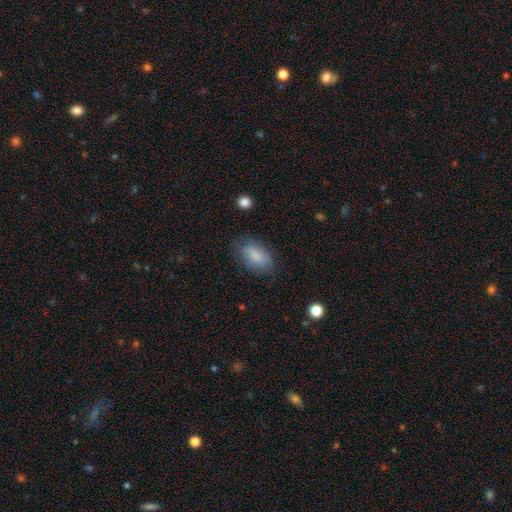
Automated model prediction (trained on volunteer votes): smooth_or_featured: smooth (p=0.83) [alt: featured or disk p=0.10]
how_rounded: in between (p=0.90) [alt: round p=0.08]
merging: none (p=0.74) [alt: minor disturbance p=0.19]